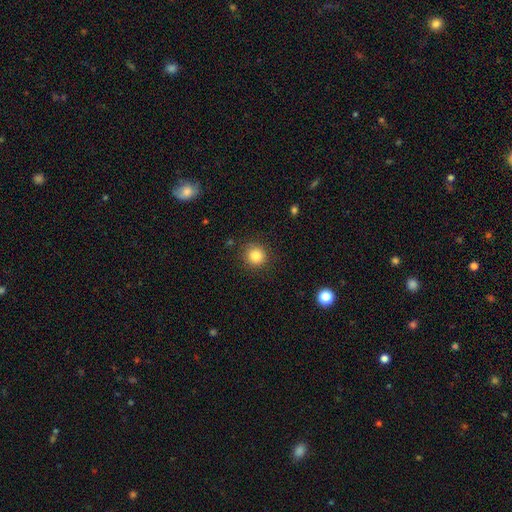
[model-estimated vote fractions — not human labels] This is clearly a smooth galaxy (84%). How rounded: clearly round (90%). Merging: clearly none (87%).